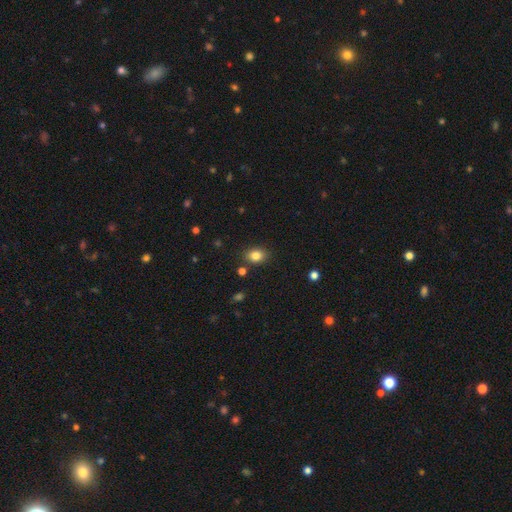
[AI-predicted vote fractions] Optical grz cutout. It shows a smooth galaxy with no disk features (83%) that is in between round and cigar-shaped (63%). Merging: none (84%).